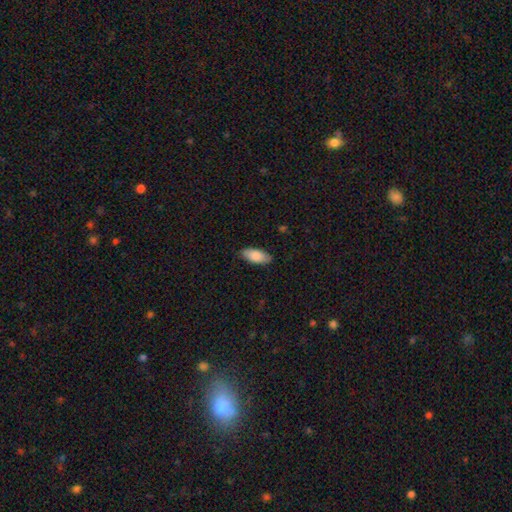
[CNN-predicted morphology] smooth-or-featured: smooth: 83% | featured or disk: 11% | star or artifact: 6%
  how-rounded: in between: 89% | cigar-shaped: 9% | round: 2%
  merging: none: 84% | minor disturbance: 12% | major disturbance: 2% | merger: 1%